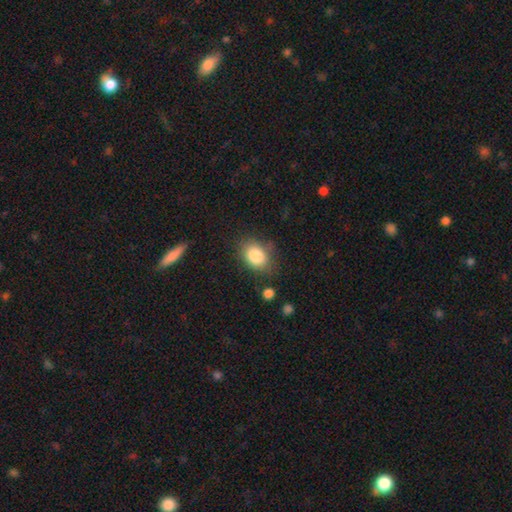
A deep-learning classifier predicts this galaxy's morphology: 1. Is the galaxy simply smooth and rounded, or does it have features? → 85% smooth, 8% star or artifact, 7% featured or disk.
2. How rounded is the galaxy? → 71% in between, 27% round, 1% cigar-shaped.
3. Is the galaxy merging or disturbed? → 74% none, 17% minor disturbance, 5% major disturbance, 3% merger.